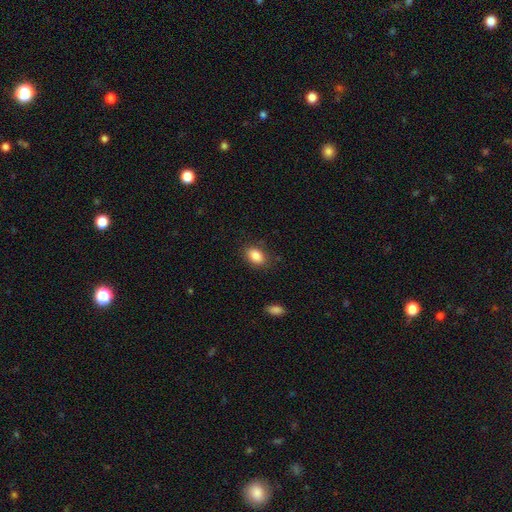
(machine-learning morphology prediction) This is clearly a smooth galaxy (86%). How rounded: clearly in between (83%). Merging: clearly none (83%).